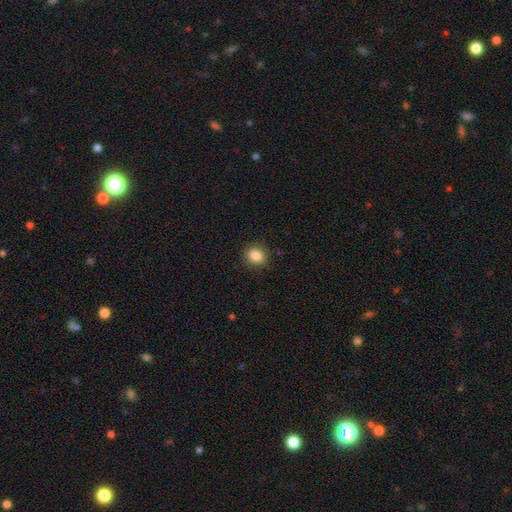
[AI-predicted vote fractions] Overall: smooth (86%). How rounded: round (73%). Merging: none (89%).